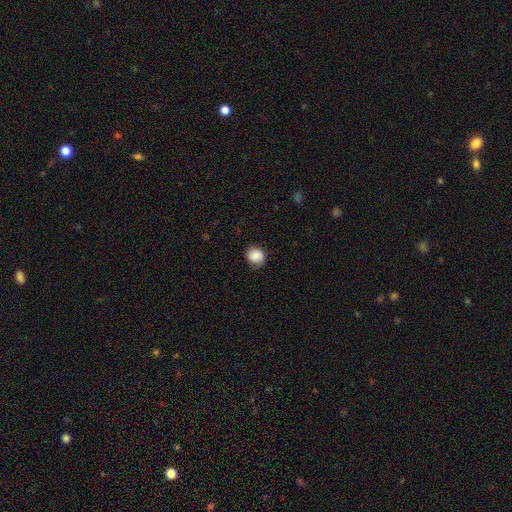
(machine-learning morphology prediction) A smooth galaxy with no disk features (84%) that is round (85%).

Vote fractions:
- Smooth or featured? smooth: 84% / star or artifact: 8% / featured or disk: 7%
- How rounded? round: 85% / in between: 14% / cigar-shaped: 1%
- Merging? none: 80% / minor disturbance: 15% / major disturbance: 4% / merger: 1%